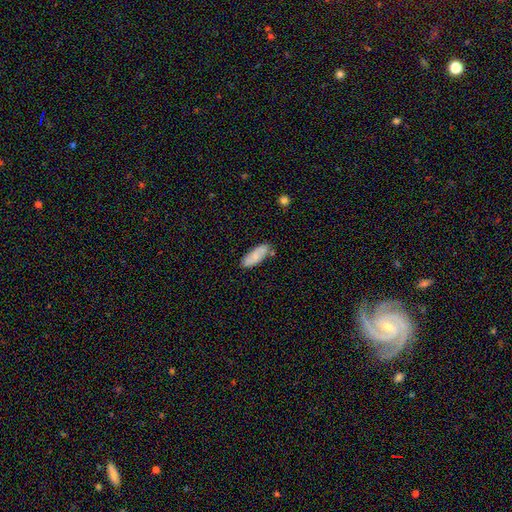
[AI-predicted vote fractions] Smooth or featured? smooth (76%)
How rounded? in between (71%)
Merging? none (76%)